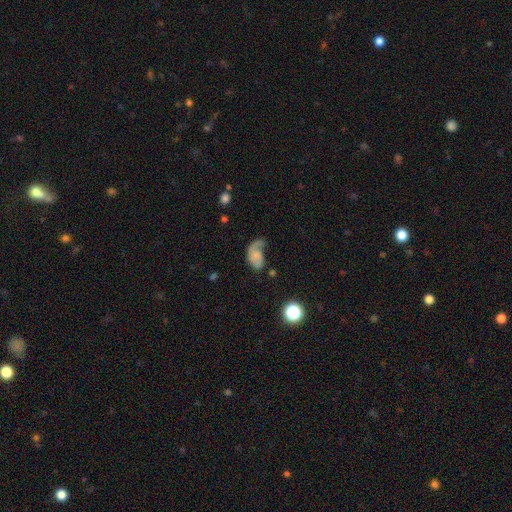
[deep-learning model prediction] Smooth or featured: featured or disk — 47% (smooth — 43%)
Merging: major disturbance — 43% (none — 27%)